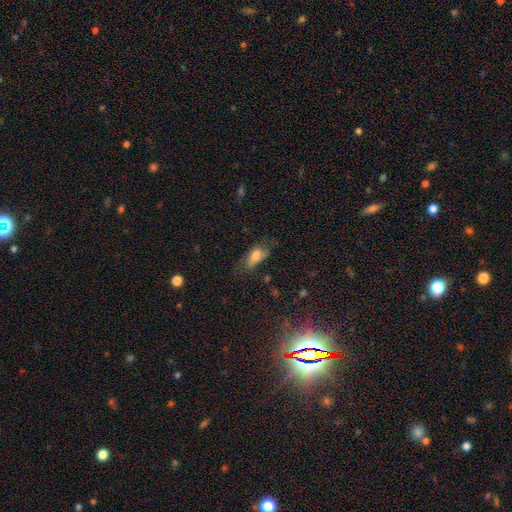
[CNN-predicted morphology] smooth 72%, featured or disk 18%, star or artifact 10%. Down the decision tree: how rounded — in between (82%); merging — none (47%).